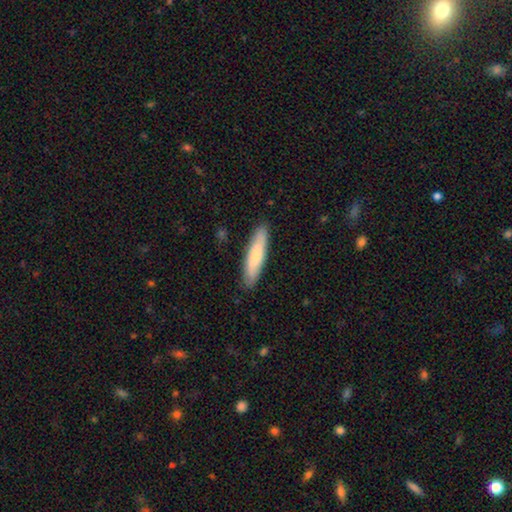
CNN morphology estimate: The model was most divided on "smooth or featured": smooth: 73%, featured or disk: 22%, star or artifact: 5%. More confident: merging — none (88%); how rounded — cigar-shaped (80%).